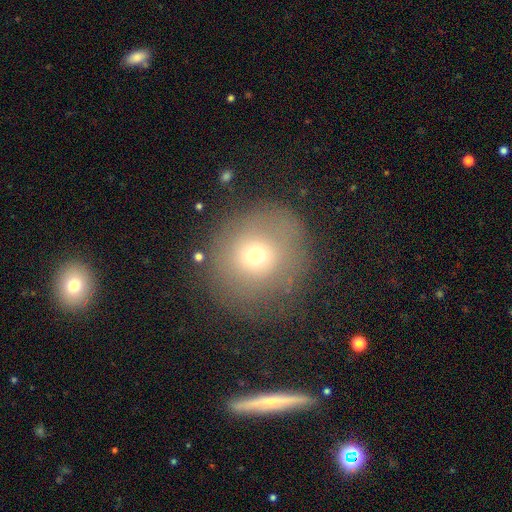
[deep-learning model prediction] Smooth or featured: smooth — 64% (featured or disk — 19%)
How rounded: round — 84% (in between — 14%)
Merging: none — 69% (minor disturbance — 16%)